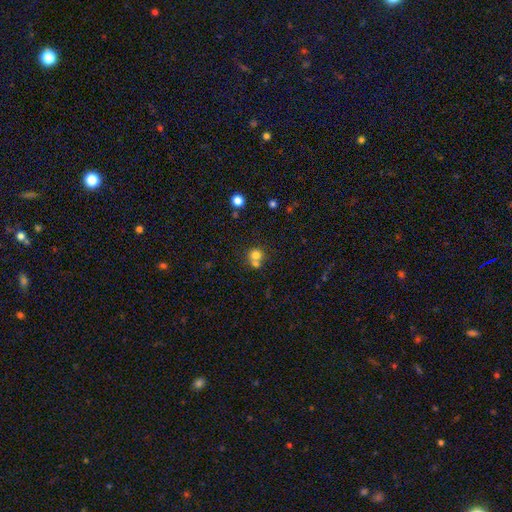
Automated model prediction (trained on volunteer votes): Smooth or featured?
  - smooth: 75% *
  - star or artifact: 13%
  - featured or disk: 12%
How rounded?
  - round: 85% *
  - in between: 14%
  - cigar-shaped: 1%
Merging?
  - merger: 48% *
  - none: 42%
  - minor disturbance: 7%
  - major disturbance: 3%